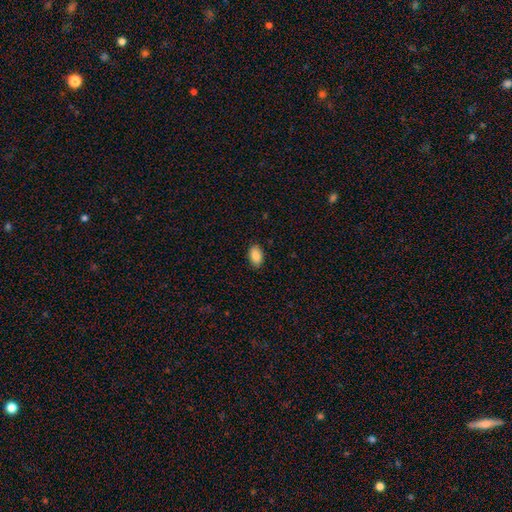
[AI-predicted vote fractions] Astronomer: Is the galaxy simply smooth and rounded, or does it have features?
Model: smooth — 88%.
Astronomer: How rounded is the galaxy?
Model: in between — 91%.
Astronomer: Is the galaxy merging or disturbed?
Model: none — 88%.